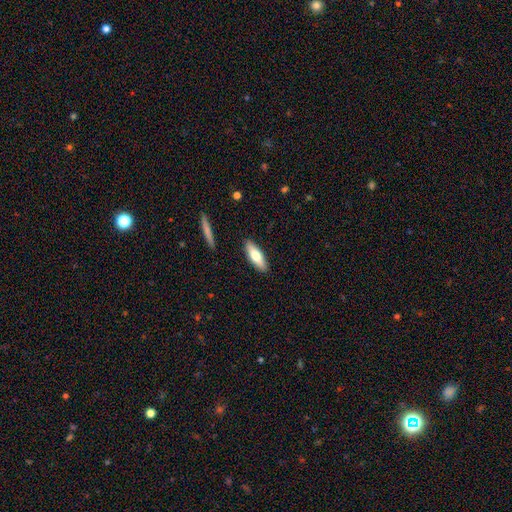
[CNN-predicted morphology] Smooth or featured? smooth (70%)
How rounded? in between (54%)
Merging? none (89%)